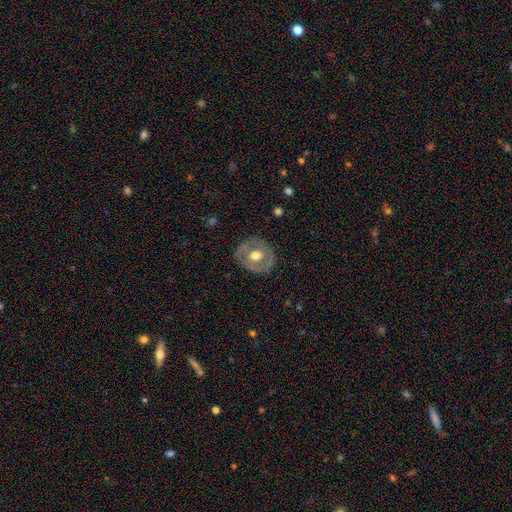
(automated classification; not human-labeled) This is possibly a featured or disk galaxy (51%). It is clearly not viewed edge-on (94%). Merging: clearly none (81%).